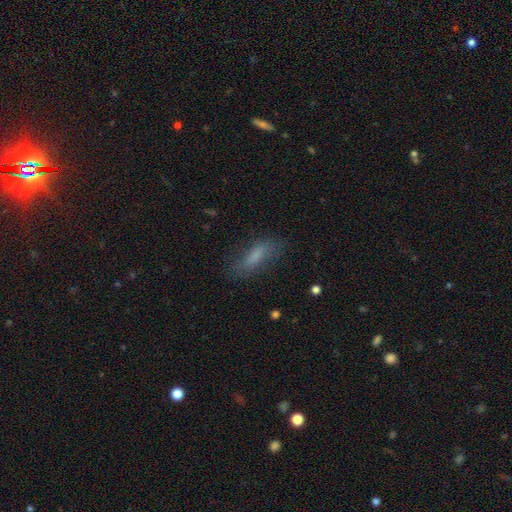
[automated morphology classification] type=smooth (69%); roundness=in between (52%); merging=none (72%).